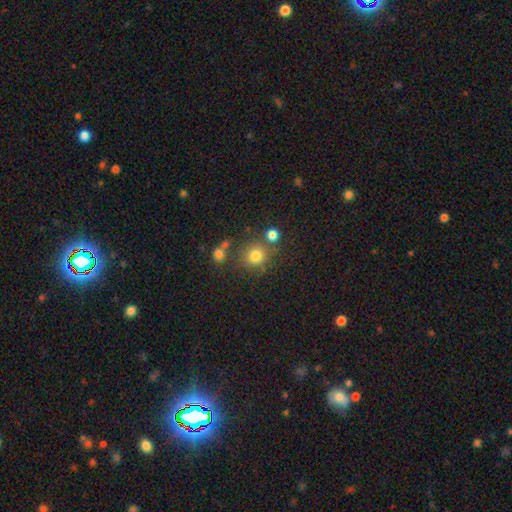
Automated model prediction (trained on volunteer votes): Smooth or featured? smooth (77%)
How rounded? round (86%)
Merging? none (71%)